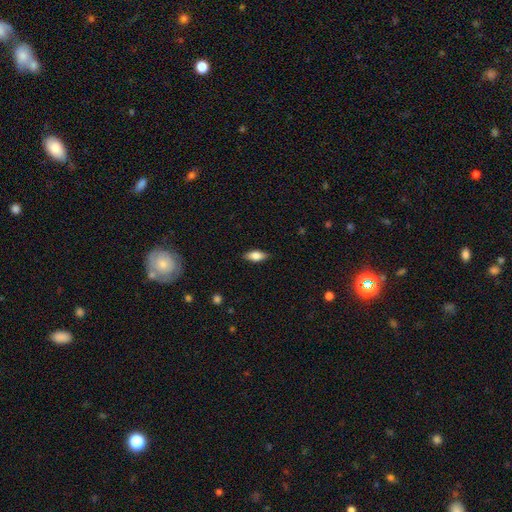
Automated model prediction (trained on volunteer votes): A smooth galaxy with no disk features (76%) that is in between round and cigar-shaped (79%). Merging: none (86%).